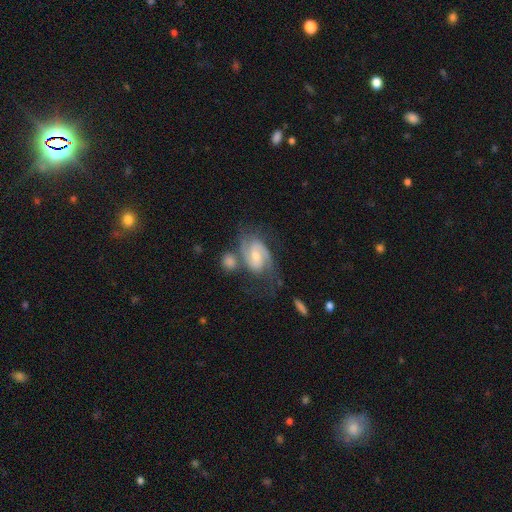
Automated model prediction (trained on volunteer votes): Smooth or featured: featured or disk — 83% (smooth — 12%)
Edge-on disk: no — 97% (yes — 3%)
Bar: weak — 46% (no — 41%)
Spiral arms: yes — 96% (no — 4%)
Spiral winding: medium — 49% (tight — 34%)
Spiral arm count: 2 — 79% (can't tell — 8%)
Bulge size: moderate — 49% (small — 45%)
Merging: none — 45% (merger — 20%)